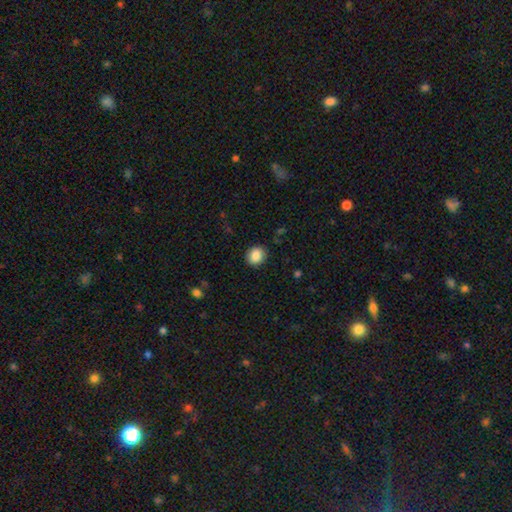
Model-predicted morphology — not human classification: Overall: smooth (87%). How rounded: round (68%; in between 31%). Merging: none (88%).